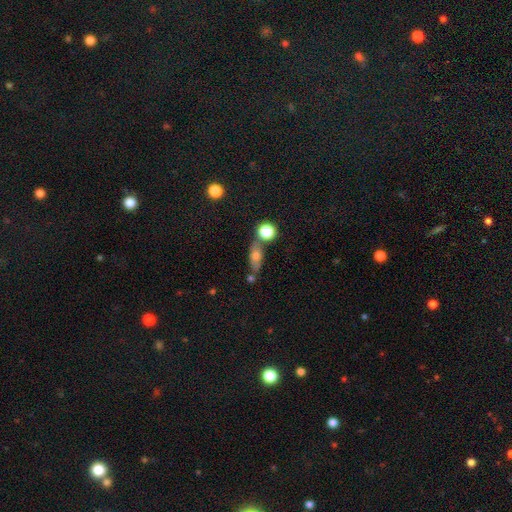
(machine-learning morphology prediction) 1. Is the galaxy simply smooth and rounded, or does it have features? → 64% smooth, 25% featured or disk, 11% star or artifact.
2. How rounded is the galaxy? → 58% in between, 25% cigar-shaped, 17% round.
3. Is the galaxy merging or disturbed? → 58% none, 22% merger, 14% minor disturbance, 6% major disturbance.